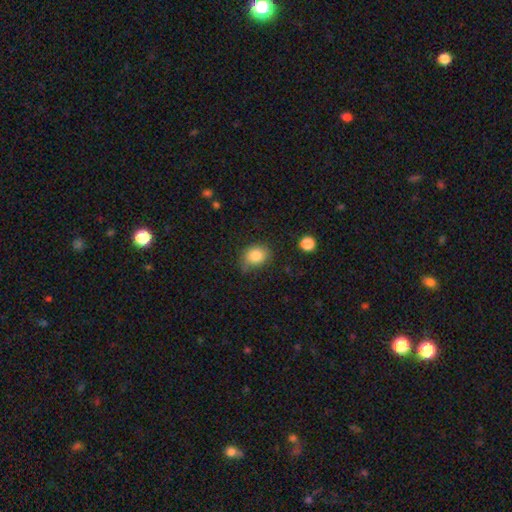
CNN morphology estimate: This is clearly a smooth galaxy (84%). How rounded: possibly in between (51%). Merging: likely none (67%).